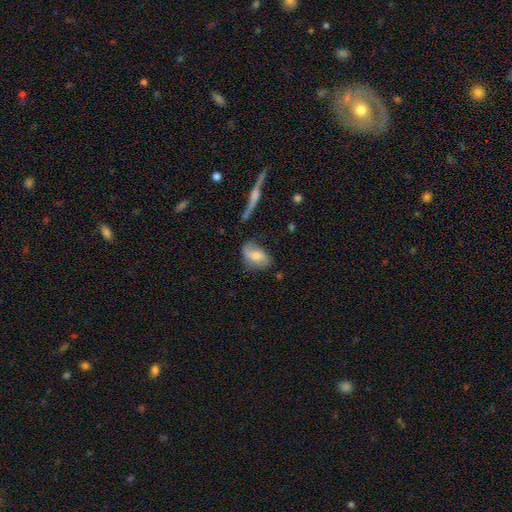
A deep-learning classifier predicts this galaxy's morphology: Smooth or featured?
  - smooth: 59% *
  - featured or disk: 33%
  - star or artifact: 8%
How rounded?
  - in between: 87% *
  - round: 10%
  - cigar-shaped: 3%
Merging?
  - none: 61% *
  - minor disturbance: 26%
  - major disturbance: 9%
  - merger: 5%